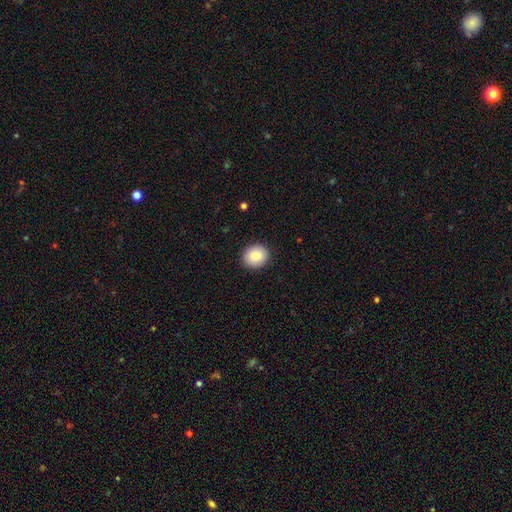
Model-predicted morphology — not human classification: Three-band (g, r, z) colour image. It shows a smooth galaxy with no disk features (84%) that is round (71%). Merging: none (91%).